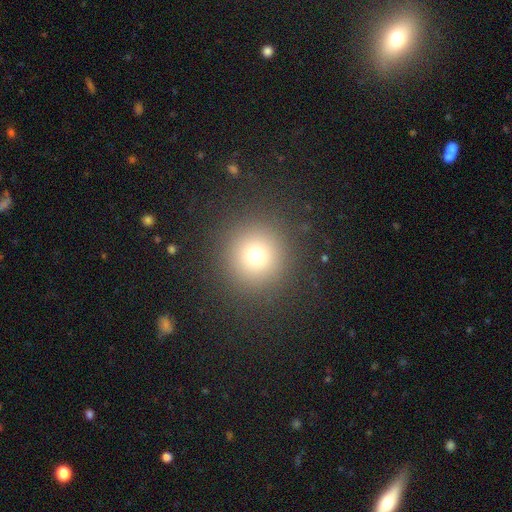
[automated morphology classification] smooth-or-featured: smooth: 73% | star or artifact: 18% | featured or disk: 9%
  how-rounded: round: 95% | in between: 4% | cigar-shaped: 1%
  merging: none: 90% | minor disturbance: 6% | major disturbance: 3% | merger: 1%